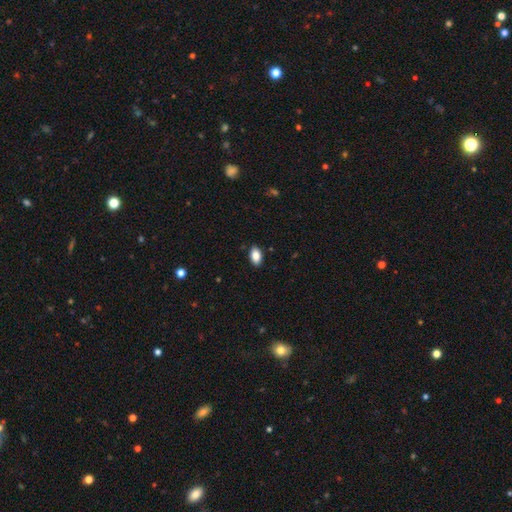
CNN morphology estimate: smooth 86%, star or artifact 8%, featured or disk 7%. Down the decision tree: how rounded — in between (92%); merging — none (89%).